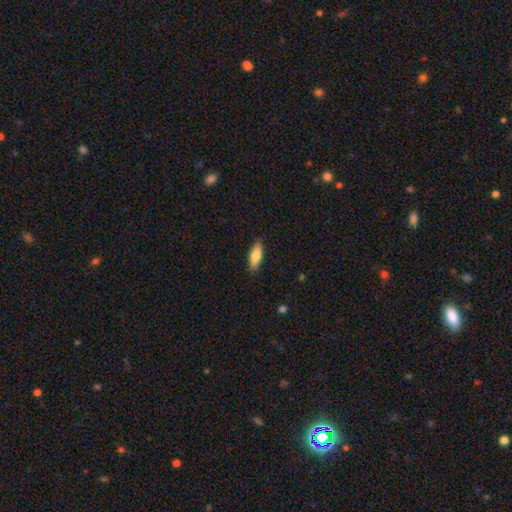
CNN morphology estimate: Smooth or featured?
  - smooth: 80% *
  - featured or disk: 14%
  - star or artifact: 6%
How rounded?
  - in between: 70% *
  - cigar-shaped: 28%
  - round: 2%
Merging?
  - none: 86% *
  - minor disturbance: 11%
  - major disturbance: 2%
  - merger: 1%